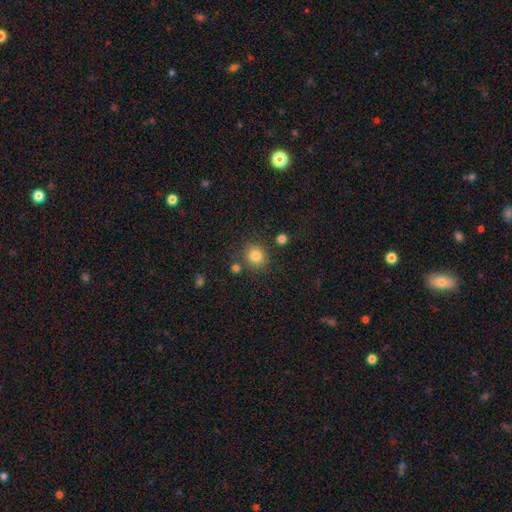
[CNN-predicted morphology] The model was most divided on "how rounded": round: 82%, in between: 17%, cigar-shaped: 1%. More confident: smooth or featured — smooth (83%); merging — none (79%).